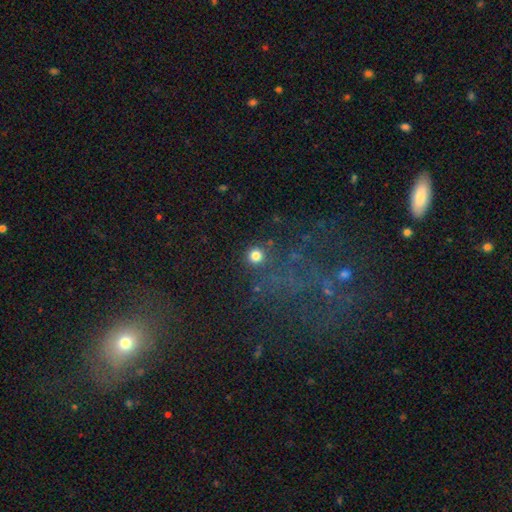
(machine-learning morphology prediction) smooth-or-featured: smooth: 78% | star or artifact: 16% | featured or disk: 6%
  how-rounded: round: 95% | in between: 4% | cigar-shaped: 1%
  merging: none: 86% | minor disturbance: 7% | major disturbance: 4% | merger: 3%